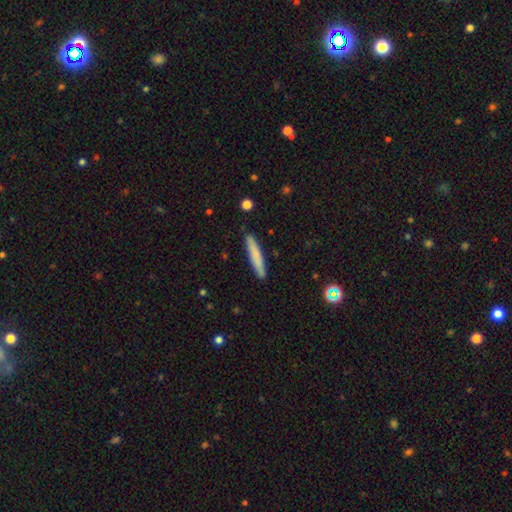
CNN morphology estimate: smooth_or_featured: smooth (p=0.74) [alt: featured or disk p=0.19]
how_rounded: cigar-shaped (p=0.94) [alt: in between p=0.05]
merging: none (p=0.89) [alt: minor disturbance p=0.08]